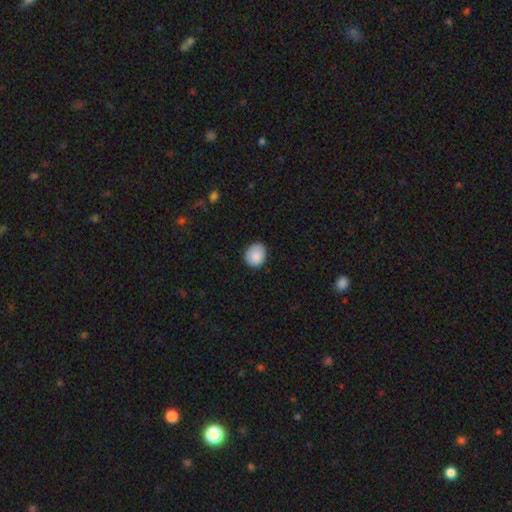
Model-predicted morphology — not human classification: smooth-or-featured: smooth: 88% | star or artifact: 8% | featured or disk: 4%
  how-rounded: round: 70% | in between: 29% | cigar-shaped: 1%
  merging: none: 83% | minor disturbance: 14% | major disturbance: 2% | merger: 1%